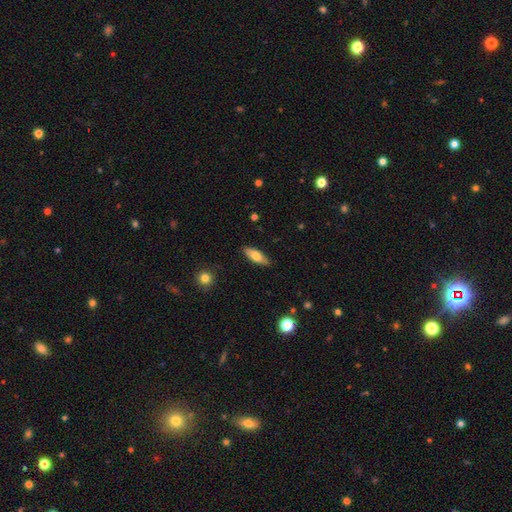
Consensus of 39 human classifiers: A smooth galaxy with no disk features (56%) that is in between round and cigar-shaped (68%).

Vote fractions:
- Smooth or featured? smooth: 56% / featured or disk: 36% / star or artifact: 8%
- How rounded? in between: 68% / cigar-shaped: 32% / round: 0%
- Merging? none: 97% / merger: 3% / minor disturbance: 0% / major disturbance: 0%